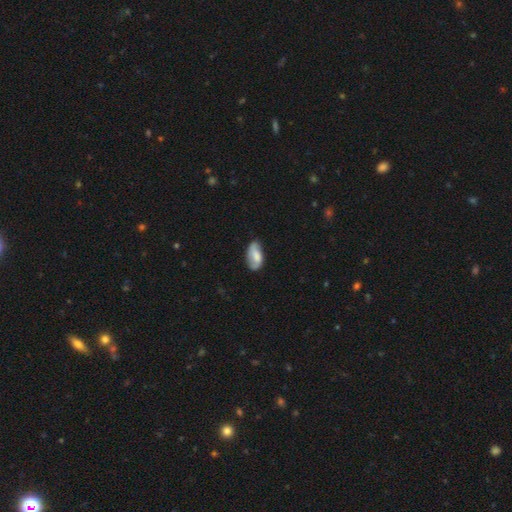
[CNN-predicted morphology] The model was most divided on "merging": none: 61%, minor disturbance: 30%, major disturbance: 7%, merger: 2%. More confident: how rounded — in between (91%); smooth or featured — smooth (67%).